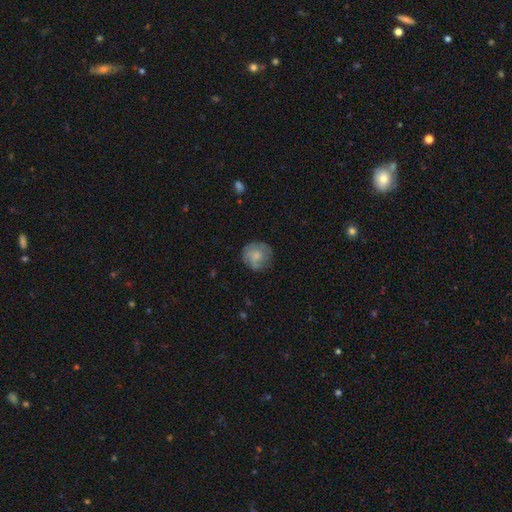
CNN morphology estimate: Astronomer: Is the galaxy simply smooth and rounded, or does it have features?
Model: smooth — 60%.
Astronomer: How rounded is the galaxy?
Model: round — 88%.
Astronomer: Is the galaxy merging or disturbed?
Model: none — 71%.